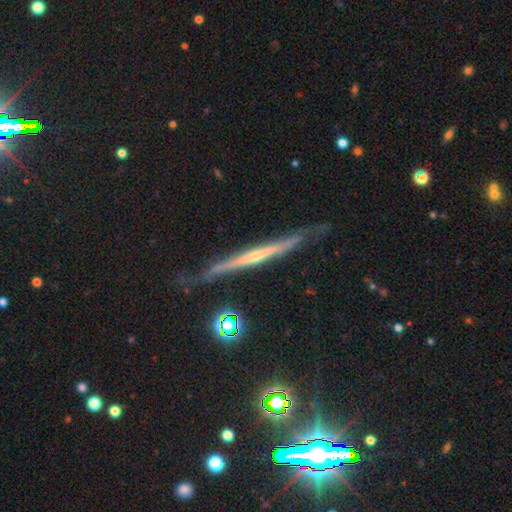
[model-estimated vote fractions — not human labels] featured or disk 78%, smooth 14%, star or artifact 8%. Down the decision tree: edge-on disk — yes (96%); edge-on bulge — rounded (52%); merging — none (78%).